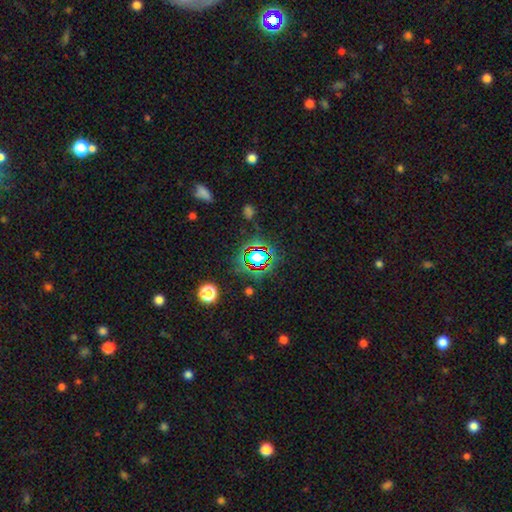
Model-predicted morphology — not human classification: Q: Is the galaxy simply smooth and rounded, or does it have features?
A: star or artifact — 66%.